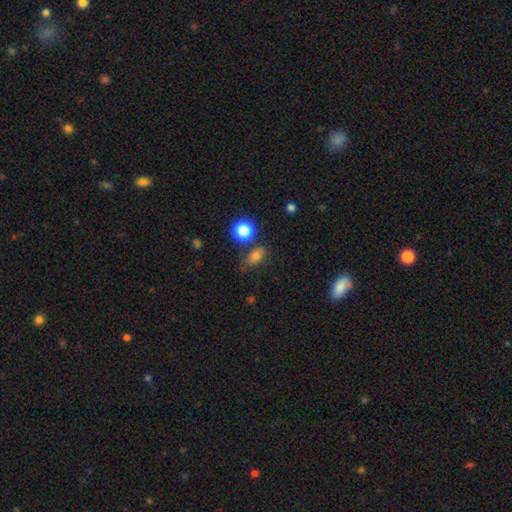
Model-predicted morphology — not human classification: A smooth galaxy with no disk features (76%) that is in between round and cigar-shaped (67%). Merging: none (66%).